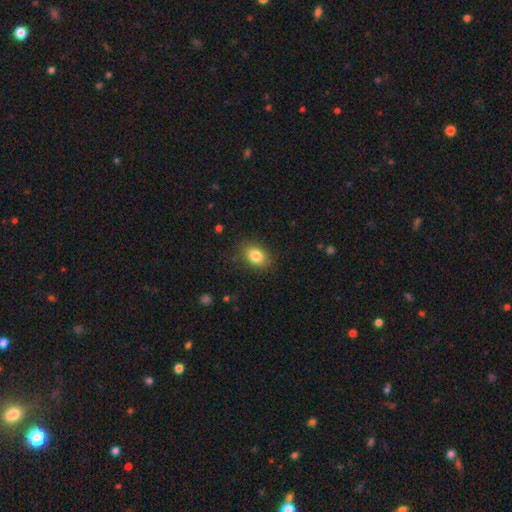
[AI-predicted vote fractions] Smooth or featured? Predicted: smooth (p=0.83). How rounded? Predicted: in between (p=0.77). Merging? Predicted: none (p=0.84).